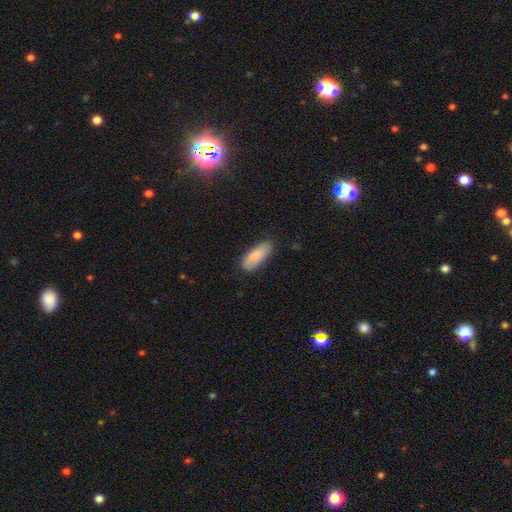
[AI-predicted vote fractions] Smooth or featured? Predicted: smooth (p=0.85). How rounded? Predicted: in between (p=0.74). Merging? Predicted: none (p=0.82).